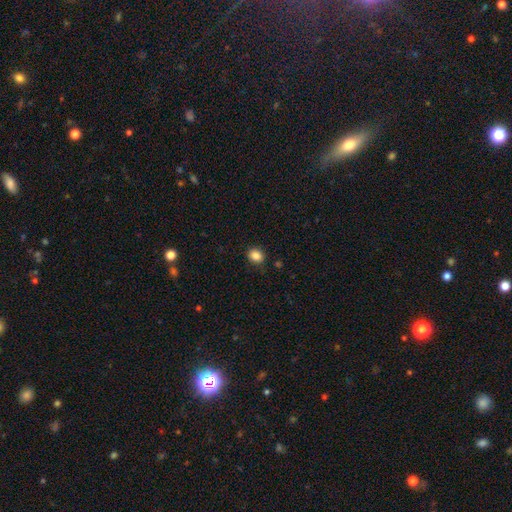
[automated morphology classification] This appears to be a smooth galaxy with no disk features (86%) that is round (56%). Merging: none (88%).